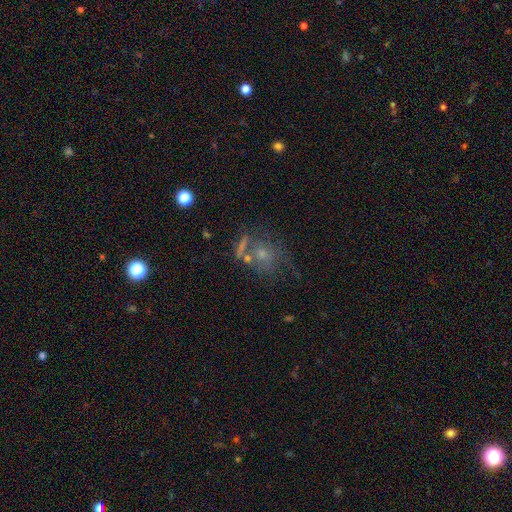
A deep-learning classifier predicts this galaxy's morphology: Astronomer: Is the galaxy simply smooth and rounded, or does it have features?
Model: featured or disk — 47% (runner-up: star or artifact, 27%).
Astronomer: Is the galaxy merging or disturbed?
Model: none — 45%.